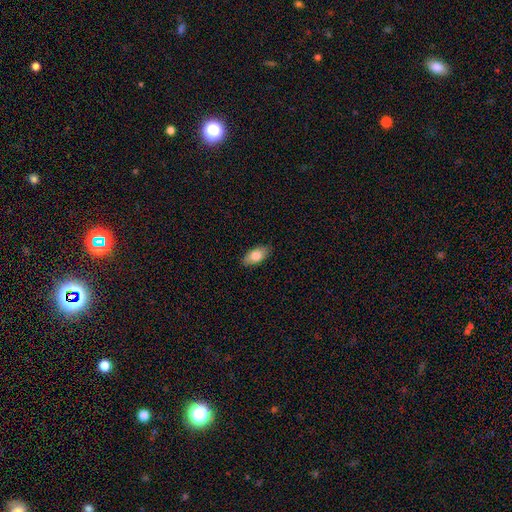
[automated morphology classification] smooth_or_featured: smooth (p=0.81) [alt: featured or disk p=0.13]
how_rounded: in between (p=0.91) [alt: cigar-shaped p=0.05]
merging: none (p=0.86) [alt: minor disturbance p=0.11]